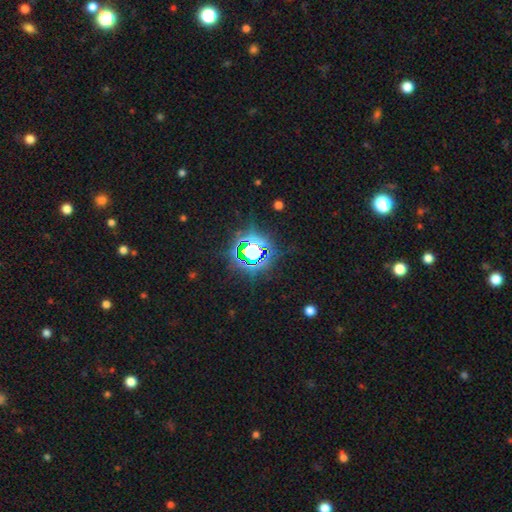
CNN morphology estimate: Smooth or featured: star or artifact — 78% (smooth — 12%)